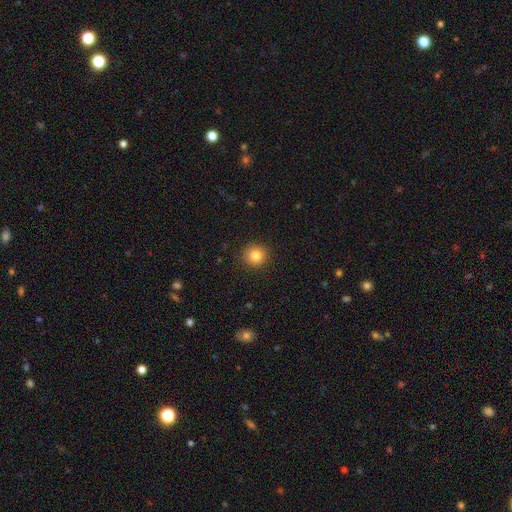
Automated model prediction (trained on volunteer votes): smooth_or_featured: smooth (p=0.83) [alt: star or artifact p=0.11]
how_rounded: round (p=0.93) [alt: in between p=0.06]
merging: none (p=0.92) [alt: minor disturbance p=0.06]